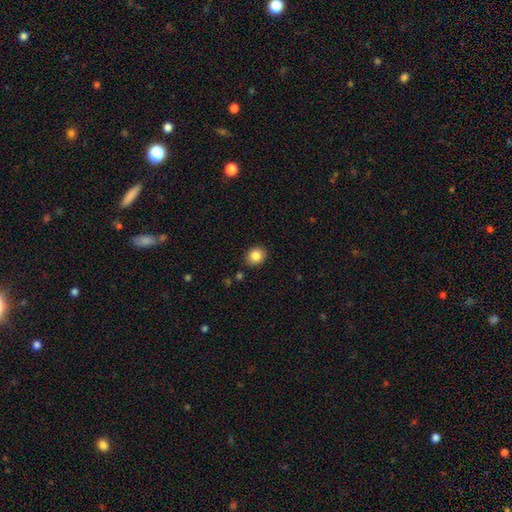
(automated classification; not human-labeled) Smooth or featured? smooth (85%)
How rounded? round (62%)
Merging? none (88%)